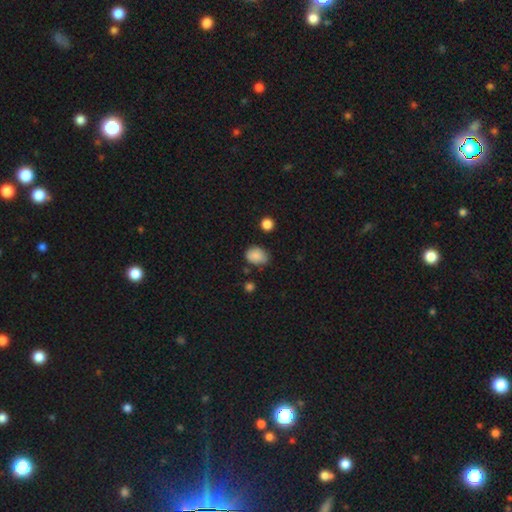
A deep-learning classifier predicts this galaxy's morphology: Smooth or featured: smooth — 86% (star or artifact — 9%)
How rounded: in between — 62% (round — 37%)
Merging: none — 66% (minor disturbance — 25%)